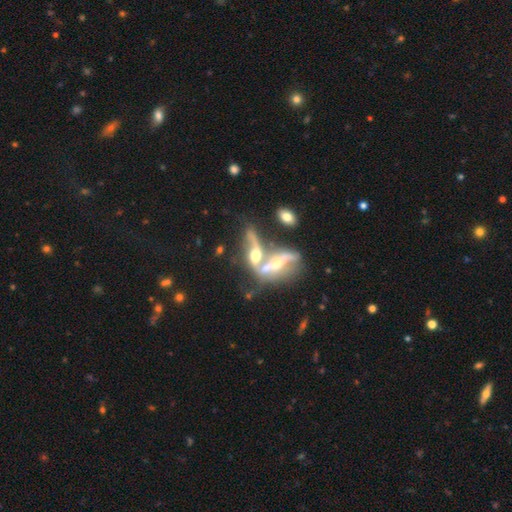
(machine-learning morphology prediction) Smooth or featured? Predicted: featured or disk (p=0.71). Edge-on disk? Predicted: no (p=0.60). Merging? Predicted: merger (p=0.65).